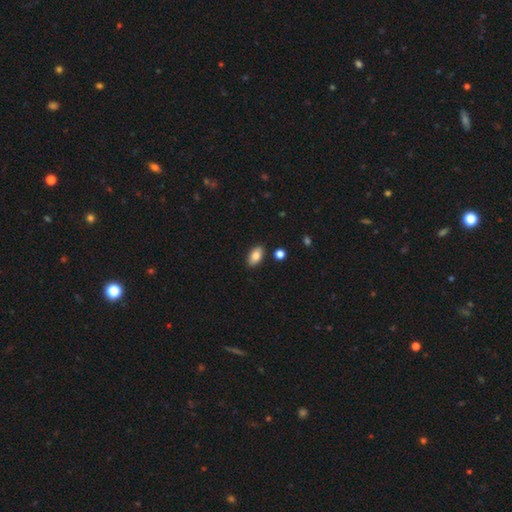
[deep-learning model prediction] This is clearly a smooth galaxy (84%). How rounded: clearly in between (92%). Merging: clearly none (87%).